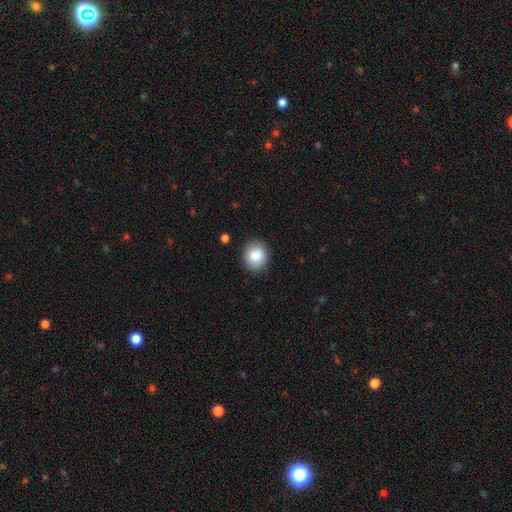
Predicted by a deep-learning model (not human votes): smooth_or_featured: smooth (p=0.87) [alt: star or artifact p=0.08]
how_rounded: round (p=0.71) [alt: in between p=0.28]
merging: none (p=0.88) [alt: minor disturbance p=0.08]